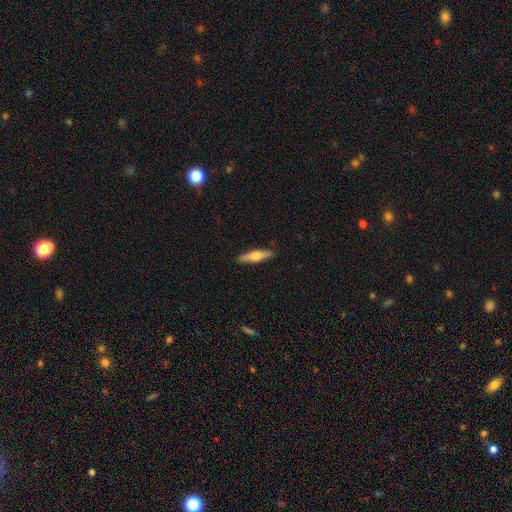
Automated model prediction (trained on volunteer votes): Smooth or featured: smooth — 50% (featured or disk — 44%)
How rounded: cigar-shaped — 79% (in between — 19%)
Merging: none — 90% (minor disturbance — 8%)